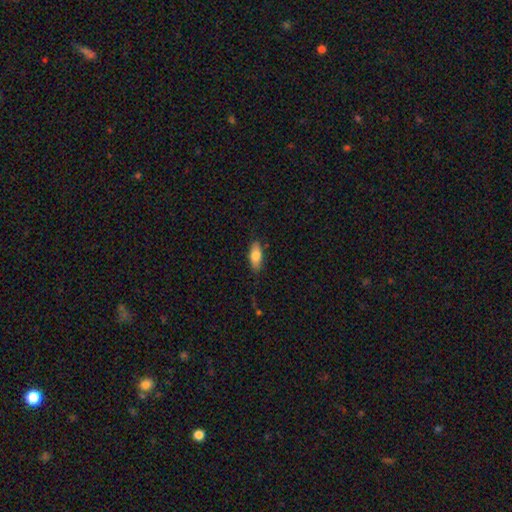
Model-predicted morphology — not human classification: Smooth or featured? Predicted: smooth (p=0.77). How rounded? Predicted: in between (p=0.77). Merging? Predicted: none (p=0.84).